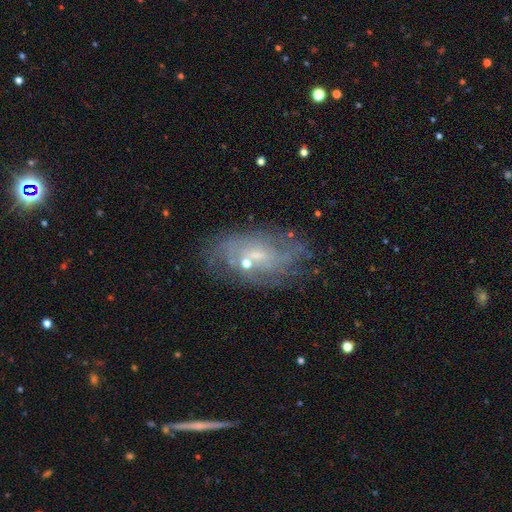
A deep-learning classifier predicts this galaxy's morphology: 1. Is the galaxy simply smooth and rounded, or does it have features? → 68% featured or disk, 21% smooth, 11% star or artifact.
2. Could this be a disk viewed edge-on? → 93% no, 7% yes.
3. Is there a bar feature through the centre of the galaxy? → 57% no, 36% weak, 7% strong.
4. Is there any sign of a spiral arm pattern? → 73% yes, 27% no.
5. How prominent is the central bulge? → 63% small, 26% moderate, 8% none, 2% large, 1% dominant.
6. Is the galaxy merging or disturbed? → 66% none, 19% minor disturbance, 9% major disturbance, 6% merger.